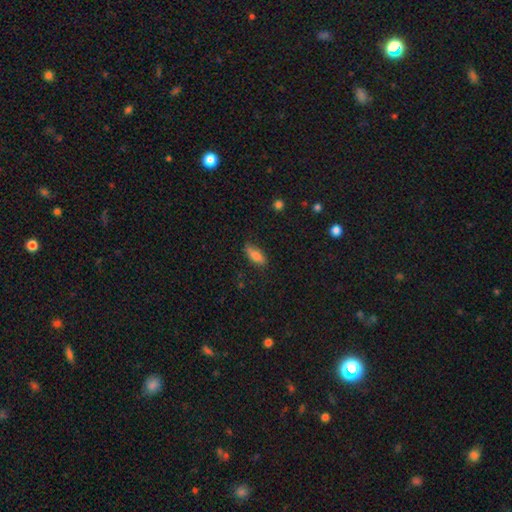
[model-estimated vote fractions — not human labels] smooth 83%, featured or disk 9%, star or artifact 8%. Down the decision tree: how rounded — in between (77%); merging — none (75%).